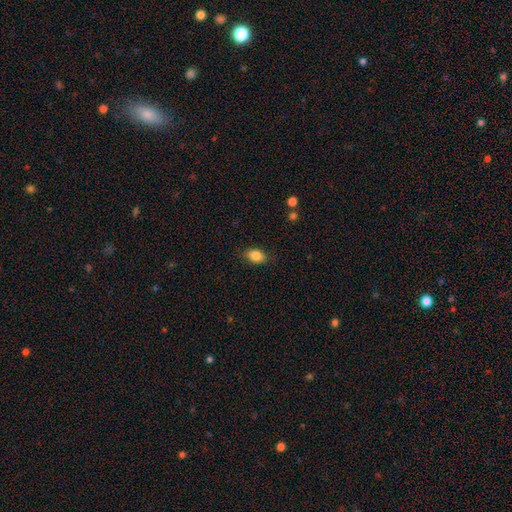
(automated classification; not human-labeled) Smooth or featured? smooth (86%)
How rounded? in between (79%)
Merging? none (84%)